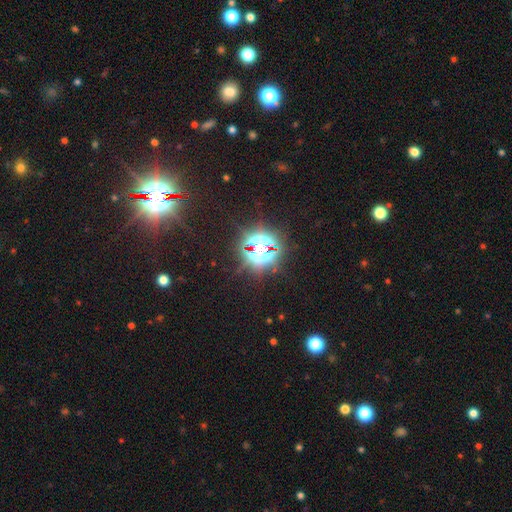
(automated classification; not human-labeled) This appears to be a star or artifact, not a galaxy (79%).